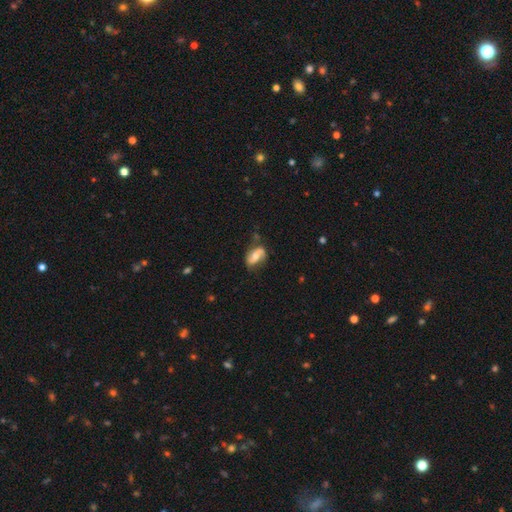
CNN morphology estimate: Q: Smooth or featured?
A: featured or disk (64%); runner-up: smooth (29%)
Q: Edge-on disk?
A: no (95%); runner-up: yes (5%)
Q: Bar?
A: no (49%); runner-up: weak (33%)
Q: Spiral arms?
A: yes (84%); runner-up: no (16%)
Q: Spiral winding?
A: loose (50%); runner-up: medium (34%)
Q: Spiral arm count?
A: 2 (85%); runner-up: can't tell (7%)
Q: Bulge size?
A: moderate (65%); runner-up: small (22%)
Q: Merging?
A: none (65%); runner-up: minor disturbance (23%)